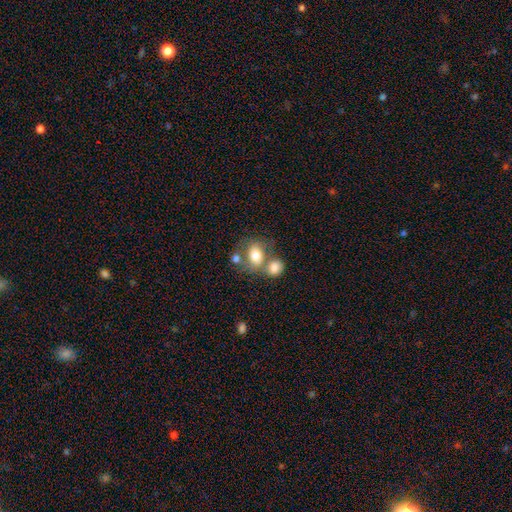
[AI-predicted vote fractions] smooth 72%, featured or disk 19%, star or artifact 9%. Down the decision tree: how rounded — in between (56%); merging — merger (46%).